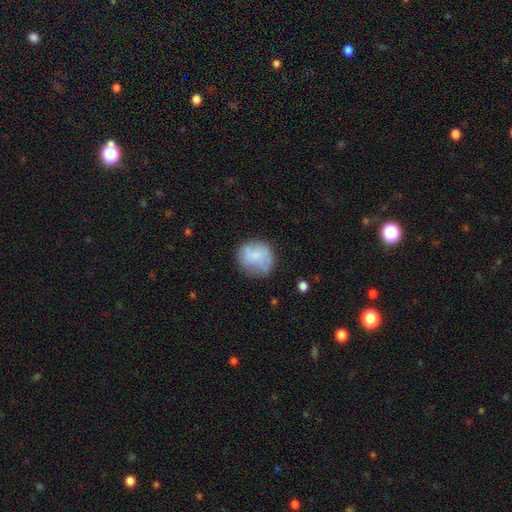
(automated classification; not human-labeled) Morphology: type=smooth (66%); roundness=round (80%); merging=none (63%).